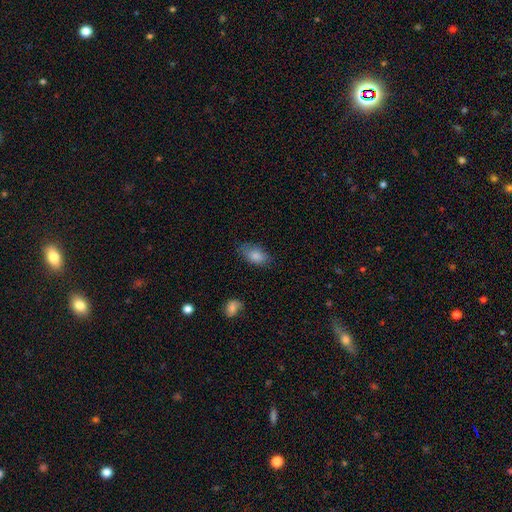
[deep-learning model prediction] A smooth galaxy with no disk features (84%) that is in between round and cigar-shaped (92%).

Vote fractions:
- Smooth or featured? smooth: 84% / featured or disk: 9% / star or artifact: 7%
- How rounded? in between: 92% / round: 6% / cigar-shaped: 3%
- Merging? none: 71% / minor disturbance: 22% / major disturbance: 5% / merger: 2%